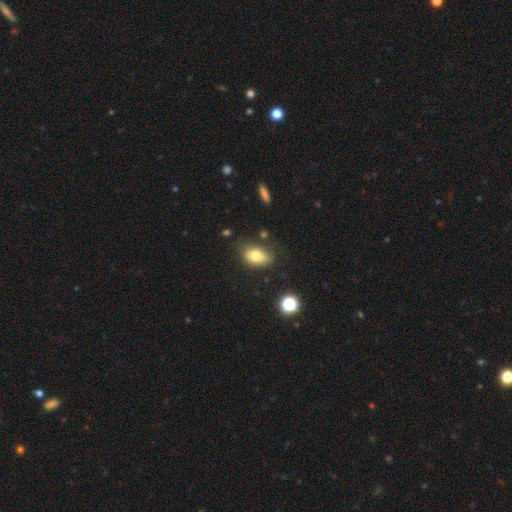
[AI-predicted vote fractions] This is likely a smooth galaxy (79%). How rounded: clearly in between (86%). Merging: likely none (71%).